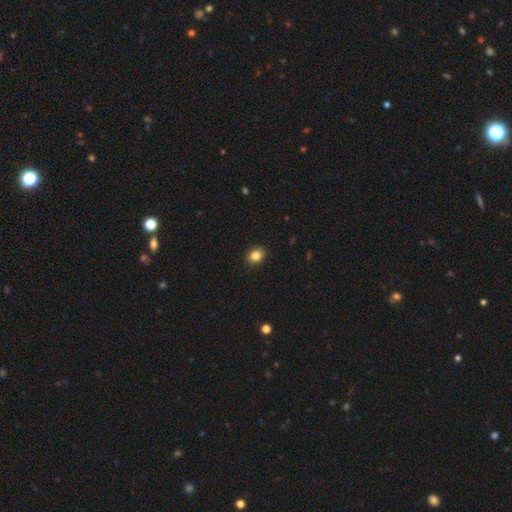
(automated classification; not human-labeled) The model was most divided on "how rounded": round: 53%, in between: 46%, cigar-shaped: 1%. More confident: merging — none (90%); smooth or featured — smooth (84%).